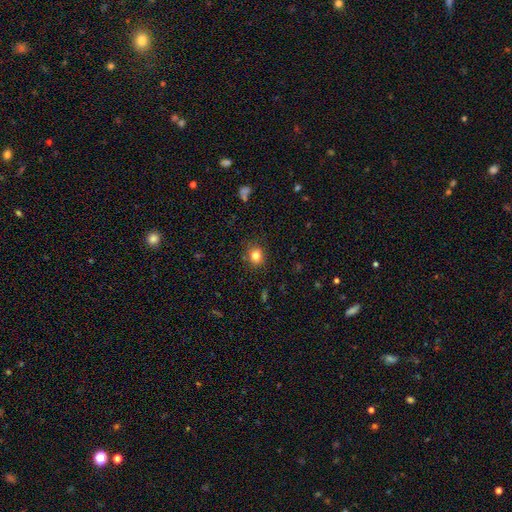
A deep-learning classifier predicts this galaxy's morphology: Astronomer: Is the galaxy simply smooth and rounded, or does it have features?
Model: smooth — 82%.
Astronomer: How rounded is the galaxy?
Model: round — 65%.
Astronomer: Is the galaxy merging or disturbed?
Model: none — 85%.